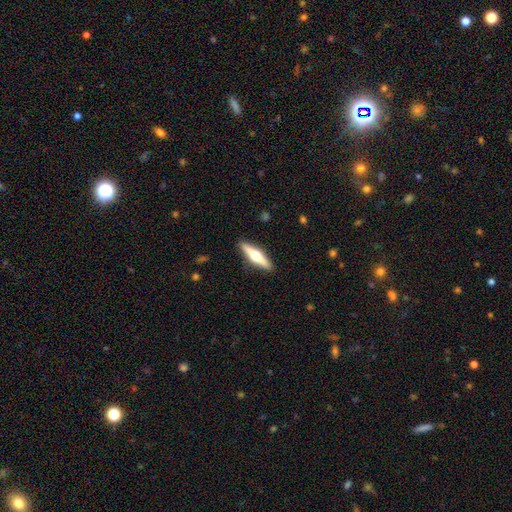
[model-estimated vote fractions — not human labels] Smooth or featured: featured or disk — 59% (smooth — 36%)
Edge-on disk: yes — 96% (no — 4%)
Edge-on bulge: rounded — 95% (boxy — 3%)
Merging: none — 91% (minor disturbance — 7%)